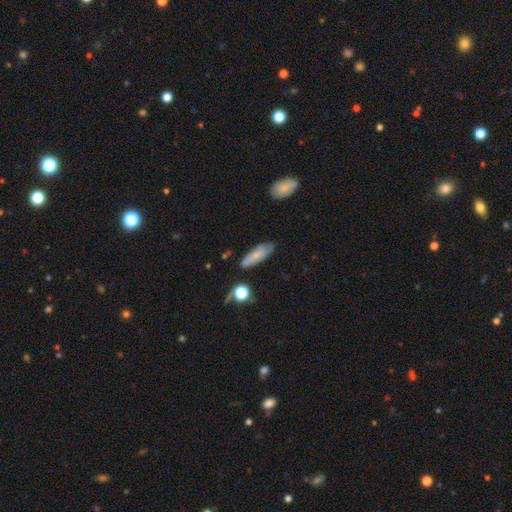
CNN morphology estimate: A smooth galaxy with no disk features (71%) that is in between round and cigar-shaped (54%). Merging: none (73%).